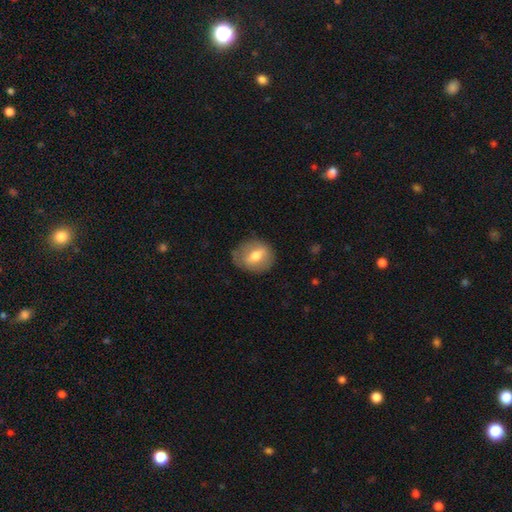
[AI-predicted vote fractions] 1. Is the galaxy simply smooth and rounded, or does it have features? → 58% smooth, 34% featured or disk, 7% star or artifact.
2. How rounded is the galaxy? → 57% round, 42% in between, 1% cigar-shaped.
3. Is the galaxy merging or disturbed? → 77% none, 17% minor disturbance, 5% major disturbance, 1% merger.